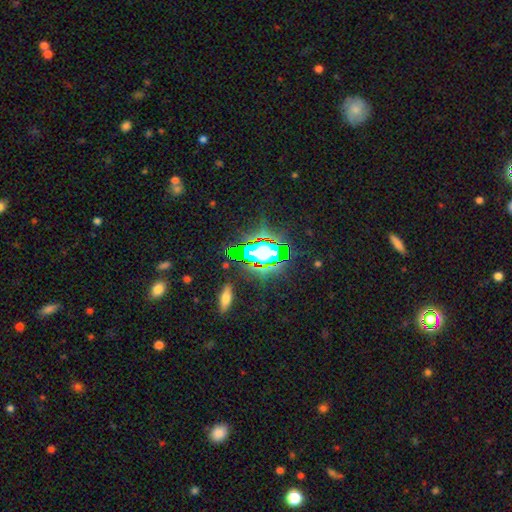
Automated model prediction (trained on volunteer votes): A star or artifact, not a galaxy (63%).

Vote fractions:
- Smooth or featured? star or artifact: 63% / smooth: 23% / featured or disk: 14%